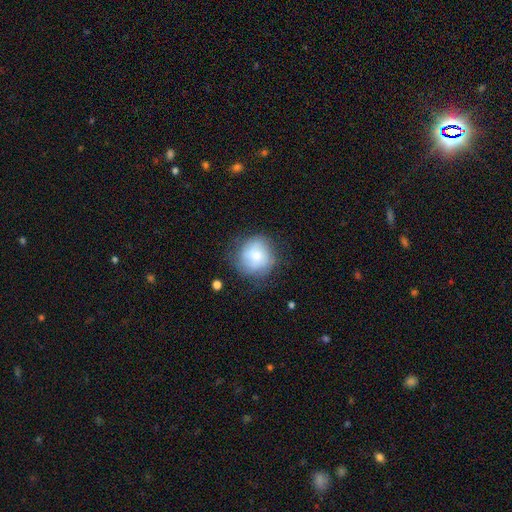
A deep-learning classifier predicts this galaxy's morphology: Smooth or featured?
  - smooth: 65% *
  - featured or disk: 27%
  - star or artifact: 8%
How rounded?
  - round: 88% *
  - in between: 11%
  - cigar-shaped: 1%
Merging?
  - none: 67% *
  - minor disturbance: 21%
  - major disturbance: 10%
  - merger: 2%